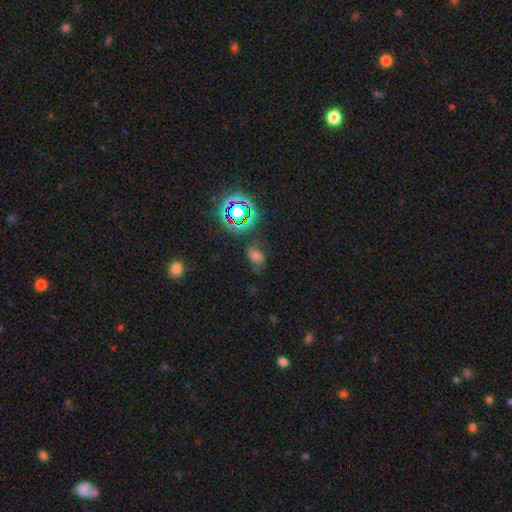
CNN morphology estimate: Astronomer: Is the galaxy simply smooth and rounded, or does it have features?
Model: smooth — 45% (runner-up: star or artifact, 34%).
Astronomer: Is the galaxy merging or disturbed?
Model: none — 59%.